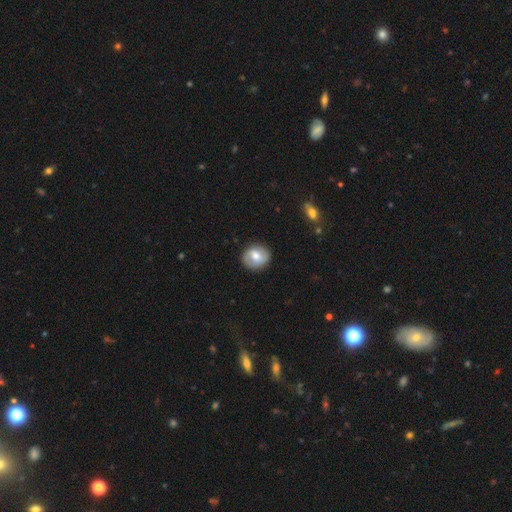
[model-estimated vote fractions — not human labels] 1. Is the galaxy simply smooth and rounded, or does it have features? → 61% smooth, 32% featured or disk, 7% star or artifact.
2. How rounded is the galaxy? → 74% round, 25% in between, 1% cigar-shaped.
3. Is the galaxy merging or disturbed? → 85% none, 11% minor disturbance, 3% major disturbance, 1% merger.